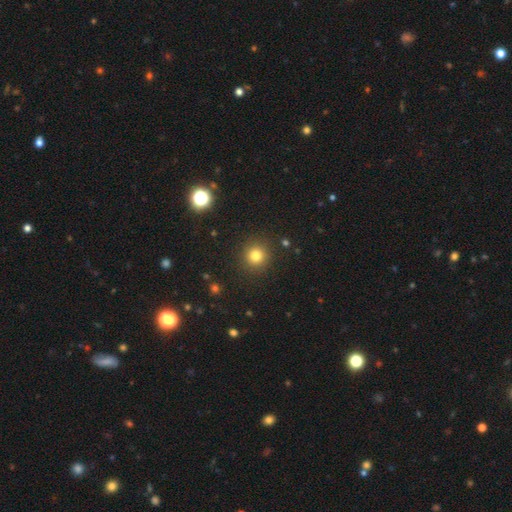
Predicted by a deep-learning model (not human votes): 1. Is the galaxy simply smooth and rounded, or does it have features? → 80% smooth, 14% star or artifact, 6% featured or disk.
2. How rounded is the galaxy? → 93% round, 6% in between, 1% cigar-shaped.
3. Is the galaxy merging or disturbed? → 90% none, 6% minor disturbance, 2% major disturbance, 1% merger.